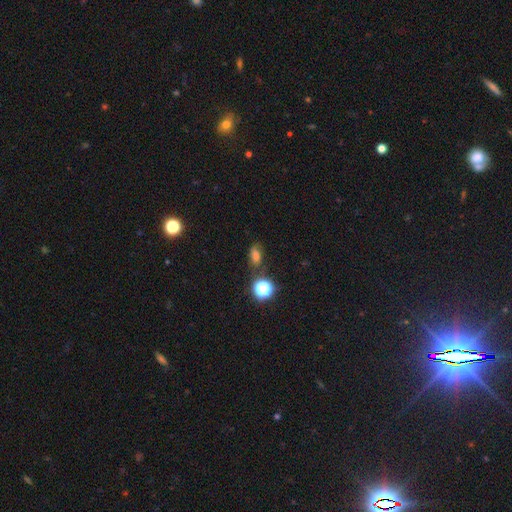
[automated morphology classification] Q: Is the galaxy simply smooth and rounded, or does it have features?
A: smooth — 60%.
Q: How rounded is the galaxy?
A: in between — 70%.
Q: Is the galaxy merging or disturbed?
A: none — 71%.